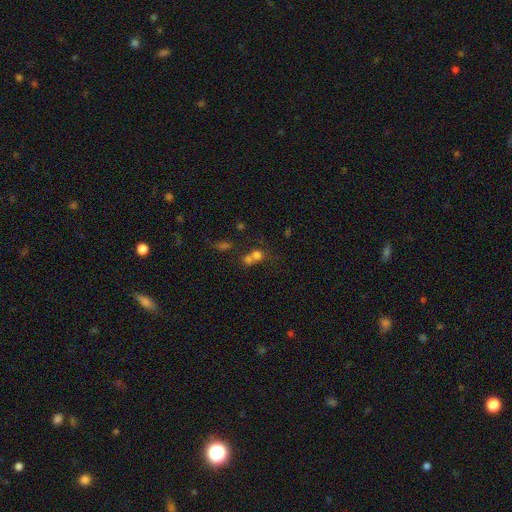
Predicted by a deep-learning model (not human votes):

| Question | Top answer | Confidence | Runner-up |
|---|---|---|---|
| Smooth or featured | smooth | 70% | star or artifact (16%) |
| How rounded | round | 73% | in between (26%) |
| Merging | merger | 57% | none (31%) |